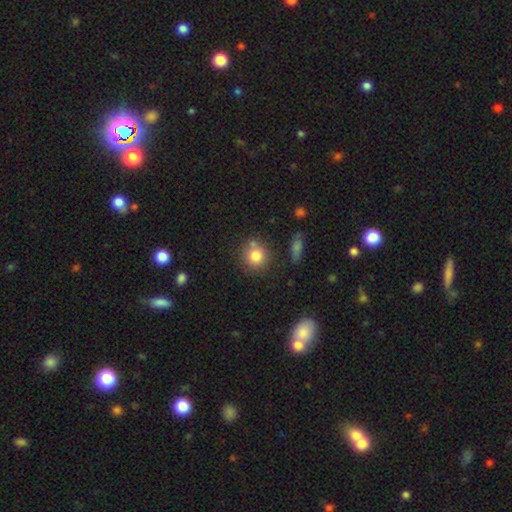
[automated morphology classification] Overall: smooth (81%). How rounded: round (88%). Merging: none (70%).